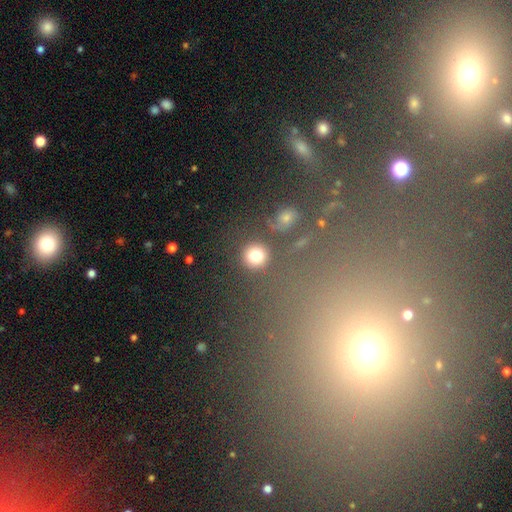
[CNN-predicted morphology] The model was most divided on "smooth or featured": smooth: 79%, star or artifact: 14%, featured or disk: 8%. More confident: how rounded — round (91%); merging — none (81%).